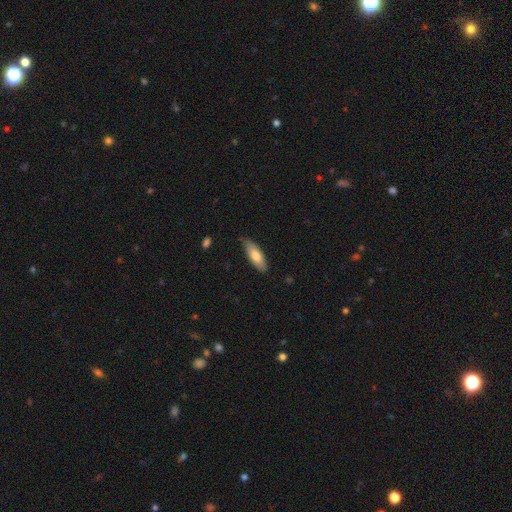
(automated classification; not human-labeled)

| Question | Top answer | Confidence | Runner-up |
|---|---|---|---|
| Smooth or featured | smooth | 76% | featured or disk (18%) |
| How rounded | in between | 65% | cigar-shaped (33%) |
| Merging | none | 74% | minor disturbance (22%) |